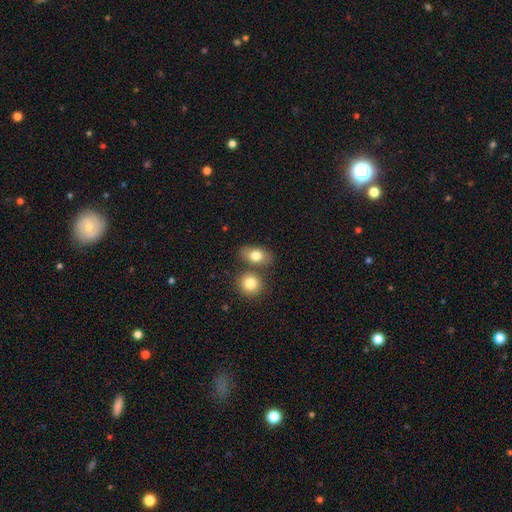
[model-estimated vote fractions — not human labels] Smooth or featured?
  - smooth: 78% *
  - featured or disk: 14%
  - star or artifact: 8%
How rounded?
  - in between: 79% *
  - round: 19%
  - cigar-shaped: 2%
Merging?
  - none: 63% *
  - merger: 23%
  - minor disturbance: 11%
  - major disturbance: 3%